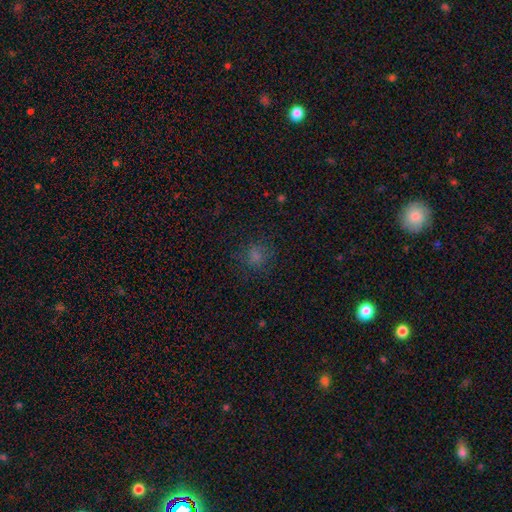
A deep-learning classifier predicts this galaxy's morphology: type=smooth (67%); roundness=round (73%); merging=none (75%).